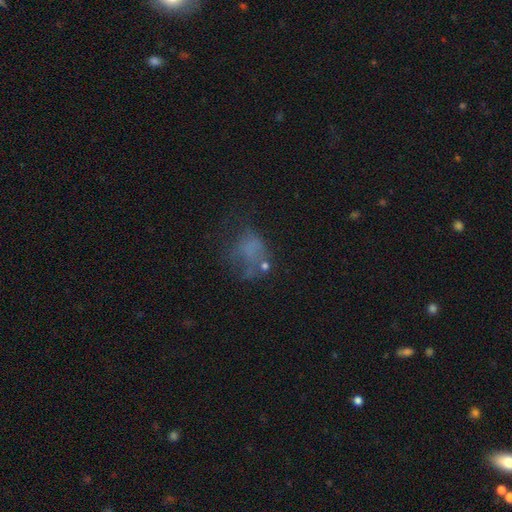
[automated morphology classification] Q: Smooth or featured?
A: smooth (44%); runner-up: featured or disk (32%)
Q: Merging?
A: none (38%); runner-up: major disturbance (33%)